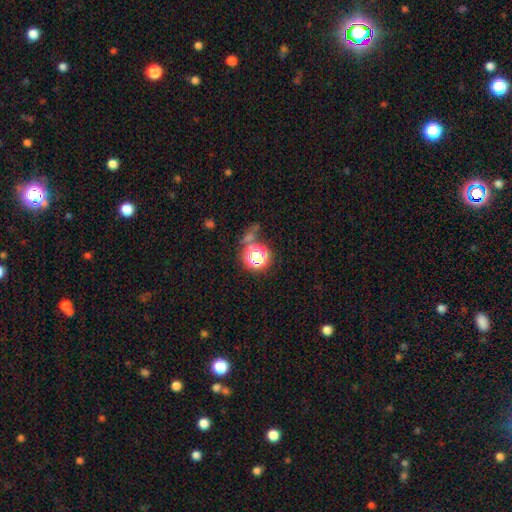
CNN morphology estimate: This is possibly a star or artifact rather than a galaxy (46%).